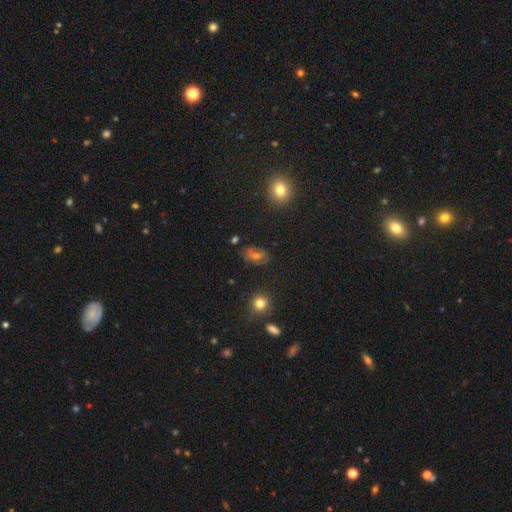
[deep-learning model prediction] smooth 50%, featured or disk 25%, star or artifact 24%. Down the decision tree: how rounded — in between (73%); merging — none (76%).